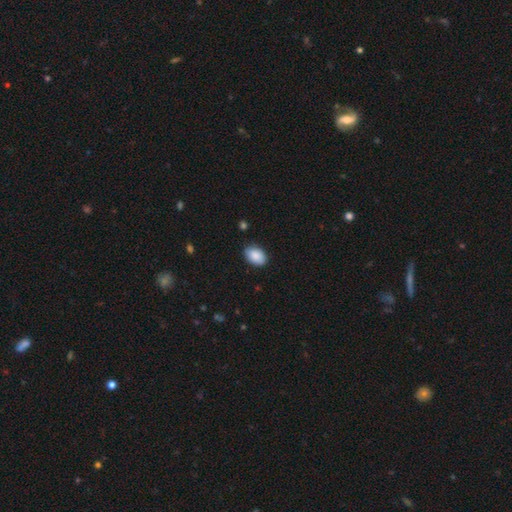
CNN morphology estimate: Smooth or featured? smooth (89%)
How rounded? in between (88%)
Merging? none (84%)